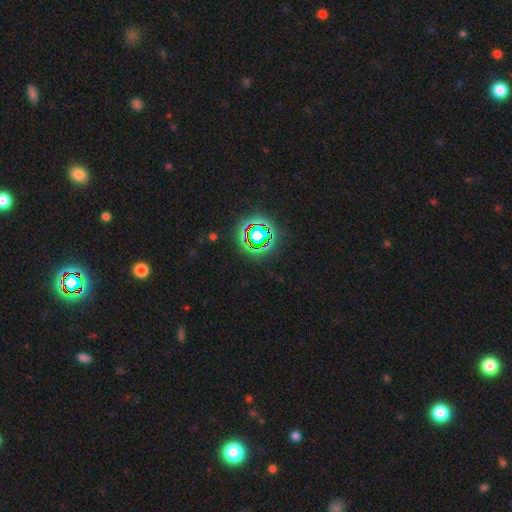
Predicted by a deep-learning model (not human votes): Smooth or featured: star or artifact — 78% (smooth — 14%)